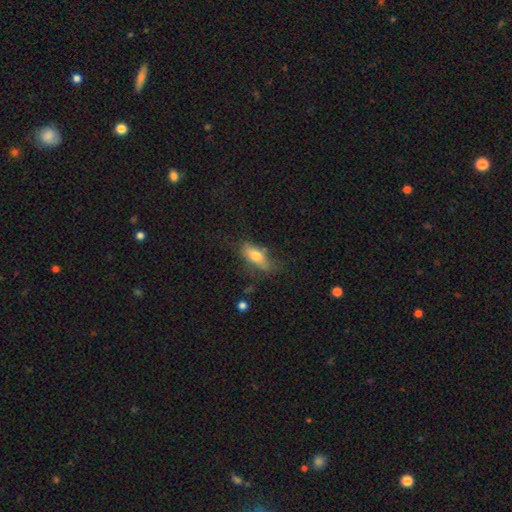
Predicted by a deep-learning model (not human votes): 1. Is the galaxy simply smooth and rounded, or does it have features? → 70% smooth, 23% featured or disk, 8% star or artifact.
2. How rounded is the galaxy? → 76% in between, 20% cigar-shaped, 4% round.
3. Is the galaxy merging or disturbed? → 60% none, 26% minor disturbance, 11% major disturbance, 3% merger.